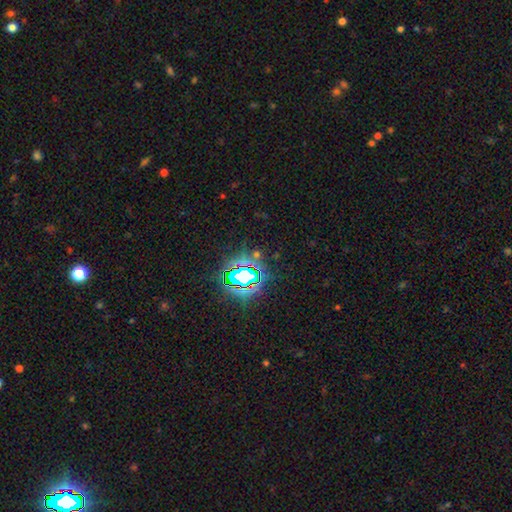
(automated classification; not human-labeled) Q: Smooth or featured?
A: star or artifact (79%); runner-up: smooth (12%)